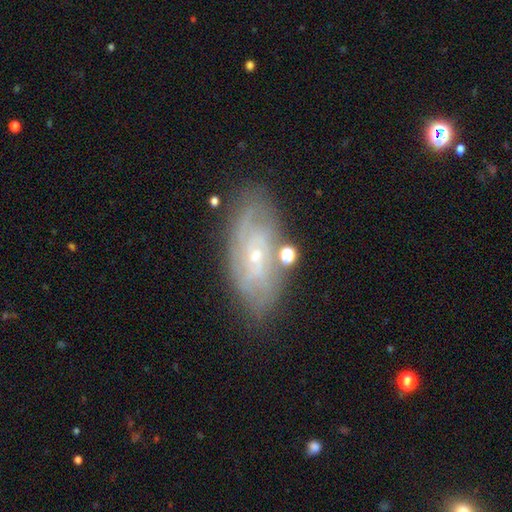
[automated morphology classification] Smooth or featured? Predicted: featured or disk (p=0.72). Edge-on disk? Predicted: no (p=0.90). Bar? Predicted: no (p=0.62). Spiral arms? Predicted: yes (p=0.83). Spiral winding? Predicted: tight (p=0.59). Spiral arm count? Predicted: can't tell (p=0.52). Bulge size? Predicted: small (p=0.76). Merging? Predicted: none (p=0.72).